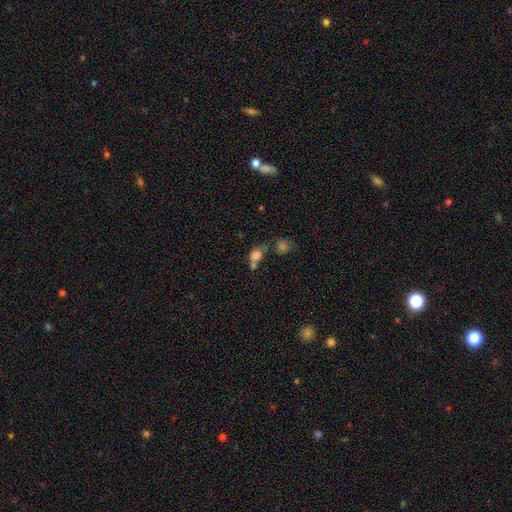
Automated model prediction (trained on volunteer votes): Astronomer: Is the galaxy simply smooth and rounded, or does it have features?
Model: smooth — 74%.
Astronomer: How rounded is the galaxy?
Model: in between — 54% (runner-up: round, 44%).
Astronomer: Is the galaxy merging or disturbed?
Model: merger — 47% (runner-up: none, 29%).